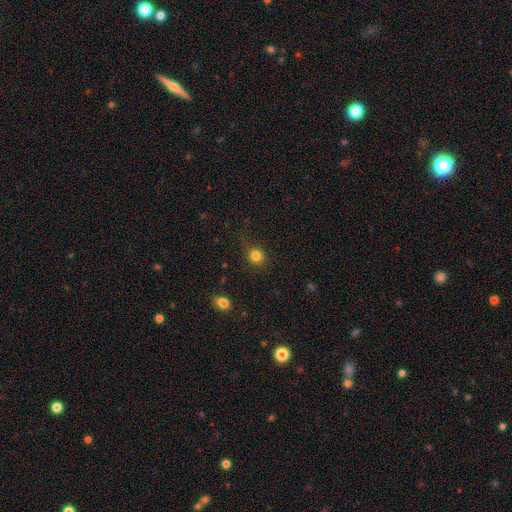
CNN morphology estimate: This appears to be a smooth galaxy with no disk features (82%) that is round (87%). Merging: none (76%).